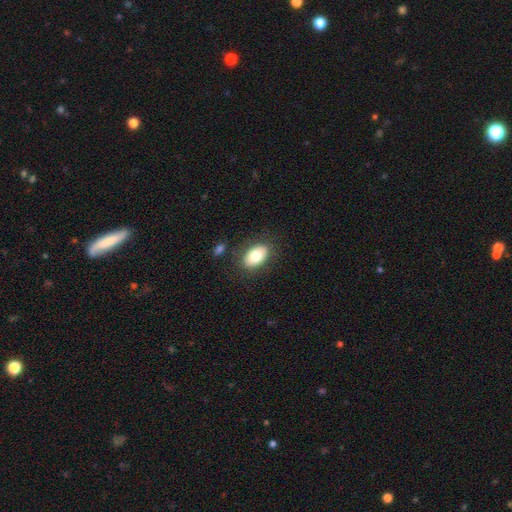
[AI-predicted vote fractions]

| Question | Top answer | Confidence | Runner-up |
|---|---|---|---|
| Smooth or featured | smooth | 76% | featured or disk (16%) |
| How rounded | in between | 90% | round (9%) |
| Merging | none | 83% | minor disturbance (11%) |